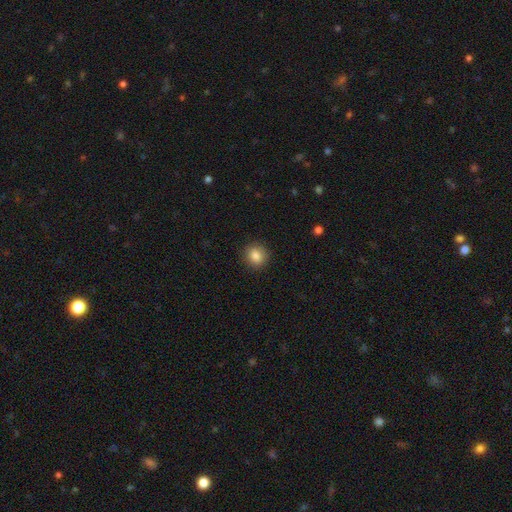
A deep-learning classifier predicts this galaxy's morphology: Smooth or featured? smooth (85%)
How rounded? round (87%)
Merging? none (91%)